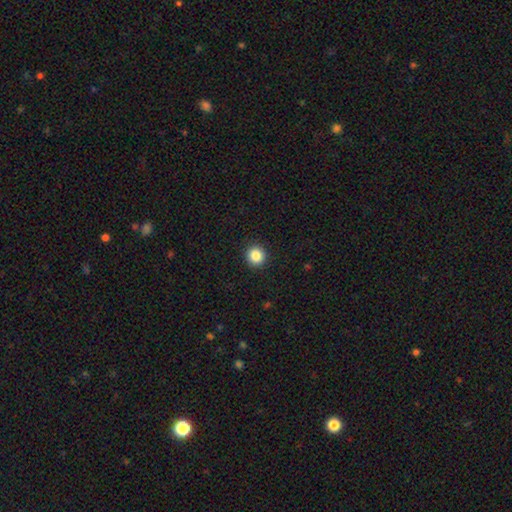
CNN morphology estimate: A smooth galaxy with no disk features (86%) that is round (93%). Merging: none (93%).